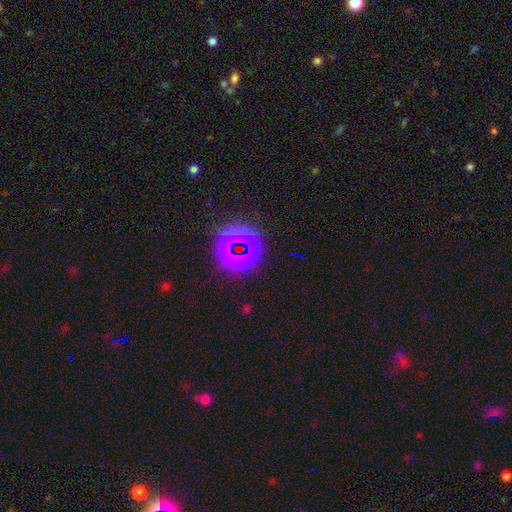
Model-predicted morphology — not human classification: Overall: star or artifact (69%).